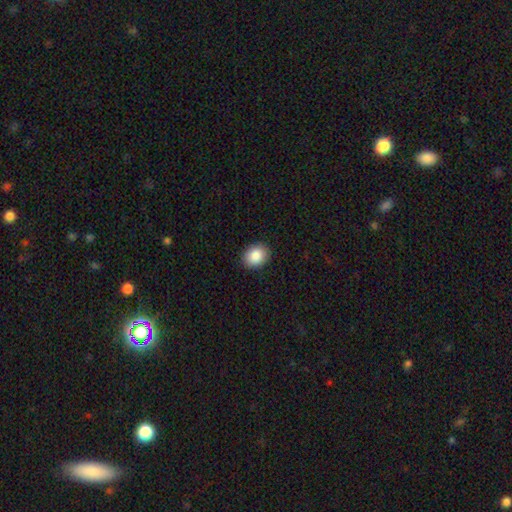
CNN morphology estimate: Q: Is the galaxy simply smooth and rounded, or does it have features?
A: smooth — 86%.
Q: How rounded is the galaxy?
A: in between — 51%.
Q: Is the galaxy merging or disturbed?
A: none — 90%.